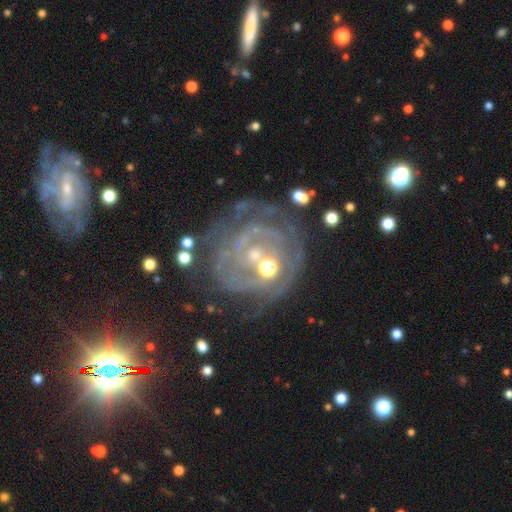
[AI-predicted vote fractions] A featured or disk galaxy (80%) with no bar (79%), tight (58%) spiral arms (77%) and a moderate central bulge (57%). Merging: none (50%).